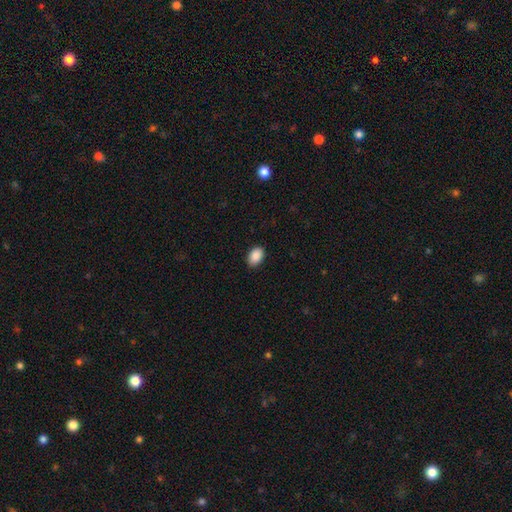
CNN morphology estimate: A smooth galaxy with no disk features (90%) that is in between round and cigar-shaped (88%). Merging: none (88%).